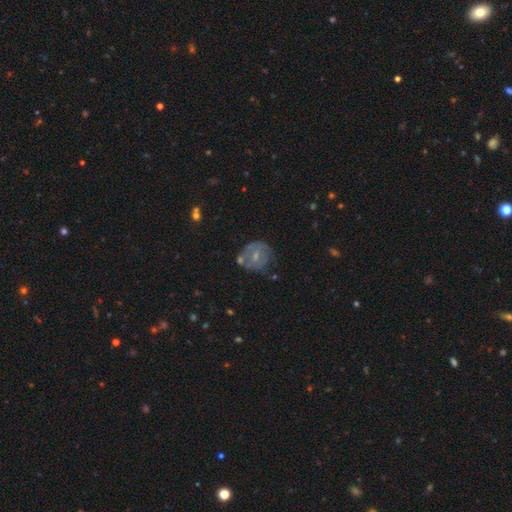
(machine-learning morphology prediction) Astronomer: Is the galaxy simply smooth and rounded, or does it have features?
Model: featured or disk — 56% (runner-up: smooth, 35%).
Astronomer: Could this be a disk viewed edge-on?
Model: no — 97%.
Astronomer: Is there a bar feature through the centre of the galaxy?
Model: no — 49% (runner-up: weak, 42%).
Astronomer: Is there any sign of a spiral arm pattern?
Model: yes — 55% (runner-up: no, 45%).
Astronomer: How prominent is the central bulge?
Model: small — 51% (runner-up: moderate, 41%).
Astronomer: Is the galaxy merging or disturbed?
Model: none — 52%.